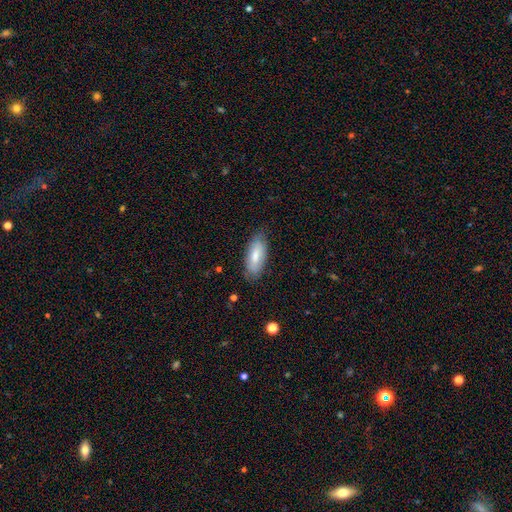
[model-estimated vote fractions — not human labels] A smooth galaxy with no disk features (72%) that is in between round and cigar-shaped (83%).

Vote fractions:
- Smooth or featured? smooth: 72% / featured or disk: 23% / star or artifact: 6%
- How rounded? in between: 83% / cigar-shaped: 15% / round: 2%
- Merging? none: 76% / minor disturbance: 19% / major disturbance: 4% / merger: 1%